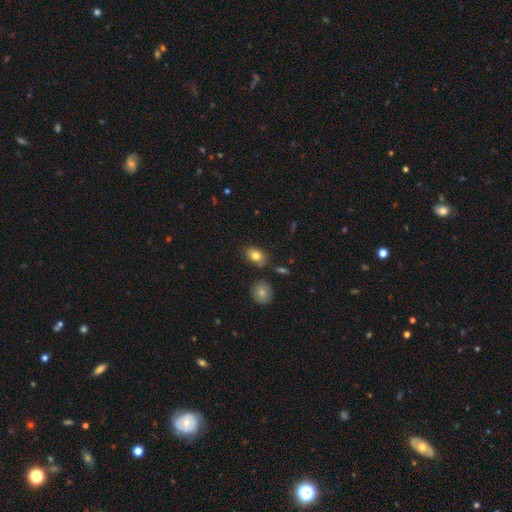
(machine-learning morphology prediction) Smooth or featured?
  - smooth: 80% *
  - featured or disk: 10%
  - star or artifact: 9%
How rounded?
  - in between: 76% *
  - round: 22%
  - cigar-shaped: 2%
Merging?
  - none: 76% *
  - minor disturbance: 13%
  - merger: 7%
  - major disturbance: 3%